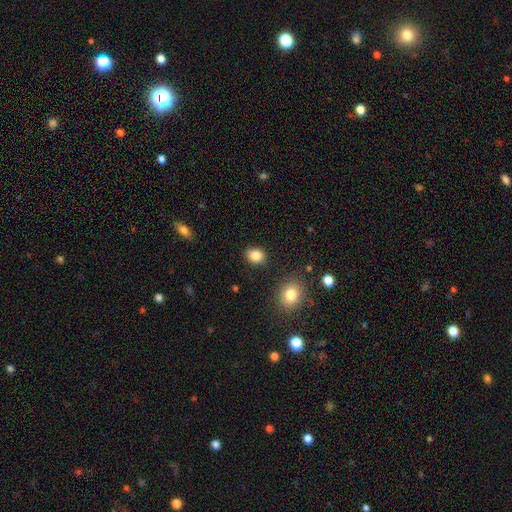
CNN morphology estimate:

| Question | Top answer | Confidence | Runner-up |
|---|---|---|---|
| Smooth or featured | smooth | 85% | star or artifact (10%) |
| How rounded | round | 55% | in between (44%) |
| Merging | none | 85% | minor disturbance (10%) |